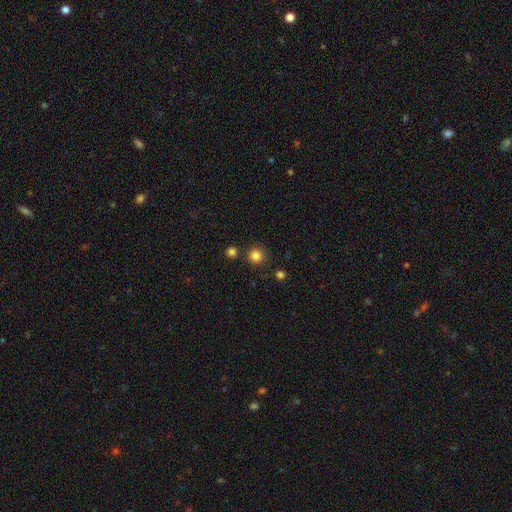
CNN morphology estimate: Smooth or featured?
  - smooth: 83% *
  - star or artifact: 13%
  - featured or disk: 4%
How rounded?
  - round: 94% *
  - in between: 5%
  - cigar-shaped: 1%
Merging?
  - none: 86% *
  - minor disturbance: 6%
  - merger: 5%
  - major disturbance: 2%